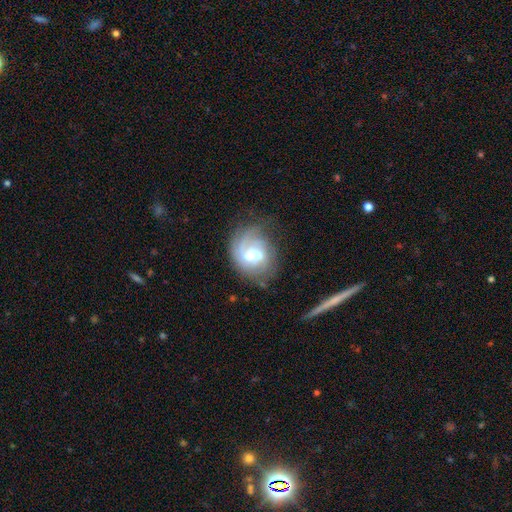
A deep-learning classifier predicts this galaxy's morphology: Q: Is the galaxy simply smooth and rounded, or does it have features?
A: featured or disk — 68%.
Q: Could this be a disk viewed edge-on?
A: no — 97%.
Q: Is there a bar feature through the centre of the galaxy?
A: weak — 47%.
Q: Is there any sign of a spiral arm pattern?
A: yes — 85%.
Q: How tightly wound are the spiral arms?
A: tight — 46%.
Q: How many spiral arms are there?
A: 2 — 31%.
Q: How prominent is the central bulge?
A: moderate — 36%.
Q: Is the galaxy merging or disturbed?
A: none — 51%.